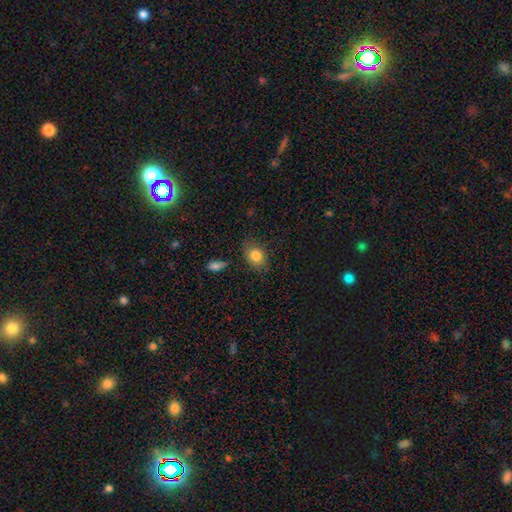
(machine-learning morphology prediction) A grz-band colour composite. It shows a smooth galaxy with no disk features (82%) that is in between round and cigar-shaped (58%). Merging: none (77%).